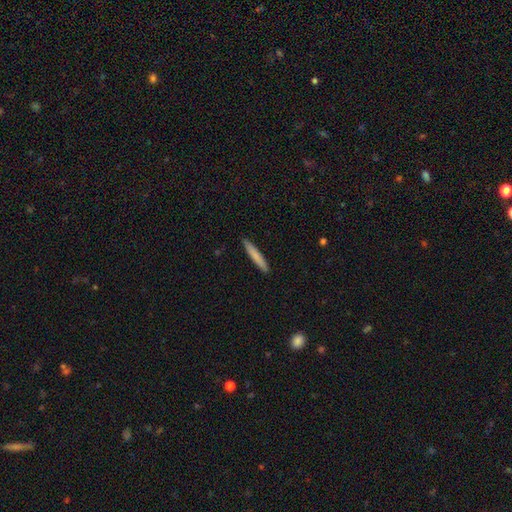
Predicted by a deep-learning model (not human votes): Smooth or featured: smooth — 78% (featured or disk — 16%)
How rounded: cigar-shaped — 95% (in between — 4%)
Merging: none — 91% (minor disturbance — 6%)